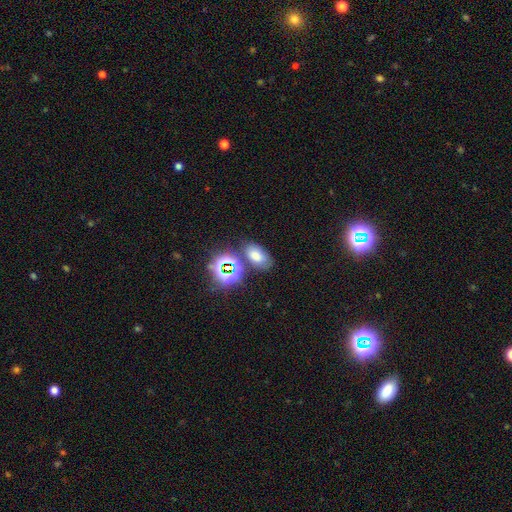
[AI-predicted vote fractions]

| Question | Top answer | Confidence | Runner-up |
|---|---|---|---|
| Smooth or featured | smooth | 63% | star or artifact (27%) |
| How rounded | in between | 84% | round (14%) |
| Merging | none | 68% | minor disturbance (14%) |